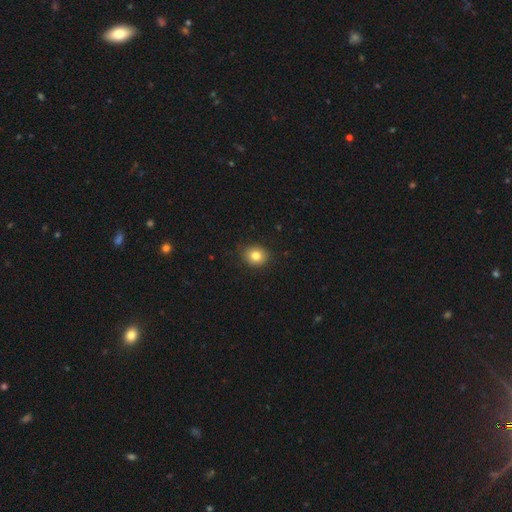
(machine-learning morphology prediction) This appears to be a smooth galaxy with no disk features (82%) that is round (70%). Merging: none (87%).